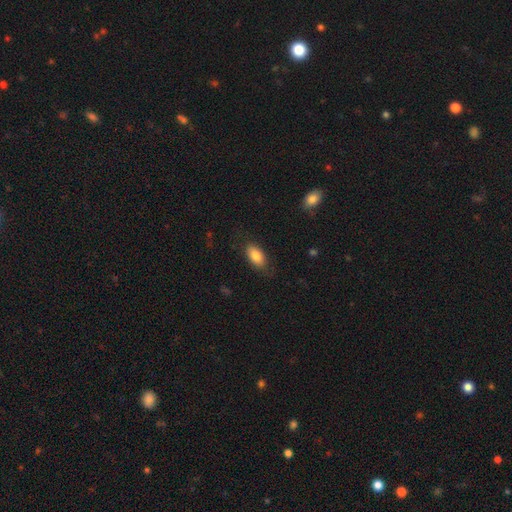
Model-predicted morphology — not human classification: A smooth galaxy with no disk features (84%) that is in between round and cigar-shaped (92%).

Vote fractions:
- Smooth or featured? smooth: 84% / featured or disk: 9% / star or artifact: 7%
- How rounded? in between: 92% / cigar-shaped: 5% / round: 4%
- Merging? none: 77% / minor disturbance: 17% / major disturbance: 5% / merger: 1%